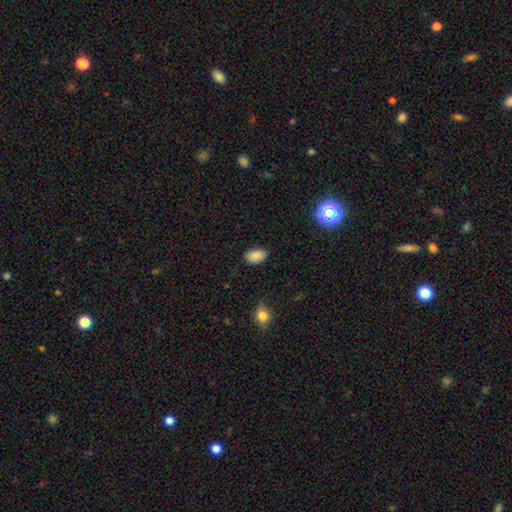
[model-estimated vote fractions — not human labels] smooth-or-featured: smooth: 87% | star or artifact: 9% | featured or disk: 4%
  how-rounded: in between: 91% | round: 7% | cigar-shaped: 1%
  merging: none: 82% | minor disturbance: 14% | major disturbance: 3% | merger: 1%